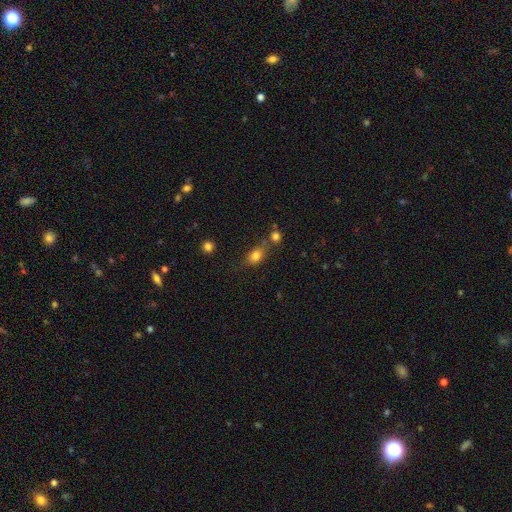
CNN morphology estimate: smooth 80%, star or artifact 11%, featured or disk 8%. Down the decision tree: how rounded — in between (72%); merging — none (60%).